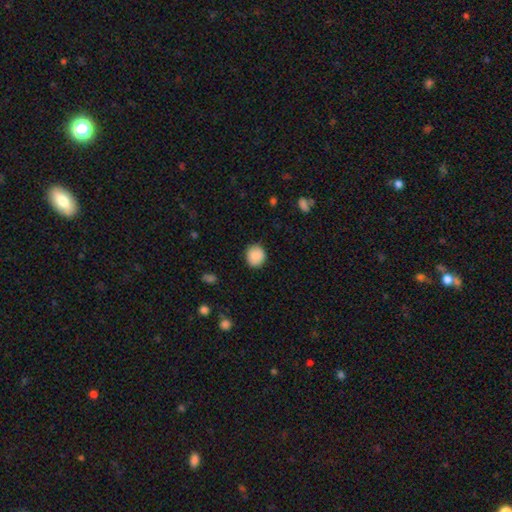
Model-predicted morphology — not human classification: Overall: smooth (89%). How rounded: round (85%). Merging: none (87%).